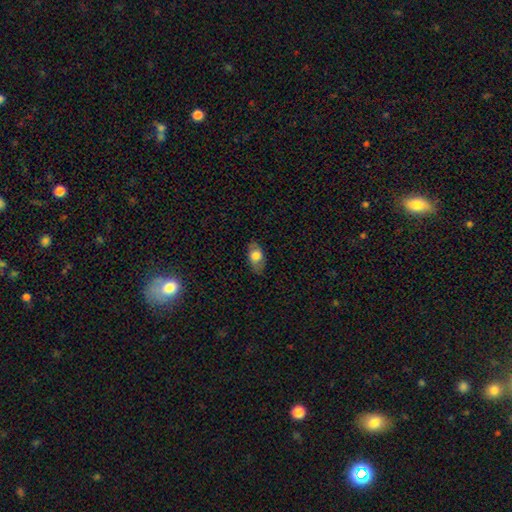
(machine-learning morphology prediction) The model was most divided on "smooth or featured": smooth: 73%, featured or disk: 20%, star or artifact: 7%. More confident: how rounded — in between (89%); merging — none (81%).